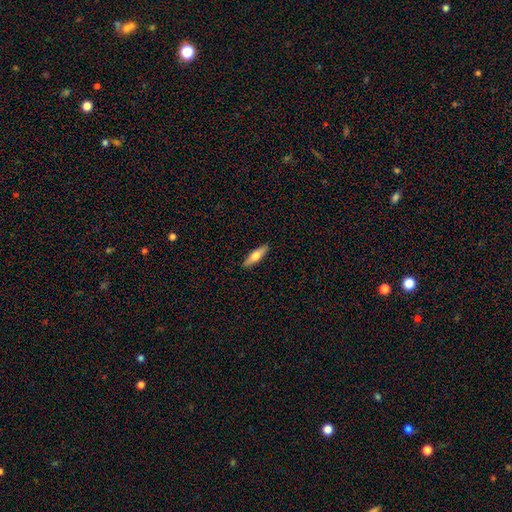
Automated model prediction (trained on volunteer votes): This appears to be a smooth galaxy with no disk features (60%) that is cigar-shaped (63%). Merging: none (90%).